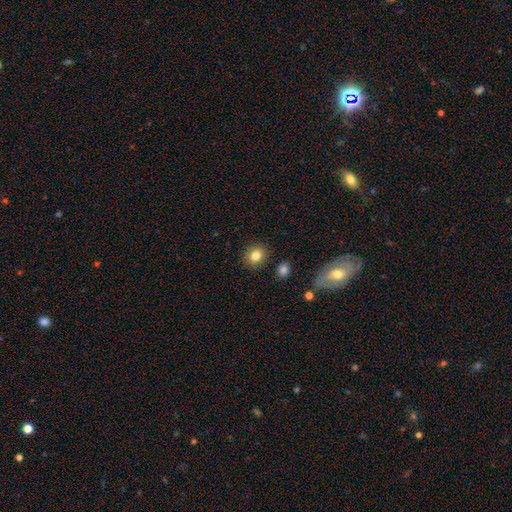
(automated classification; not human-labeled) Morphology: type=smooth (83%); roundness=round (76%); merging=none (89%).